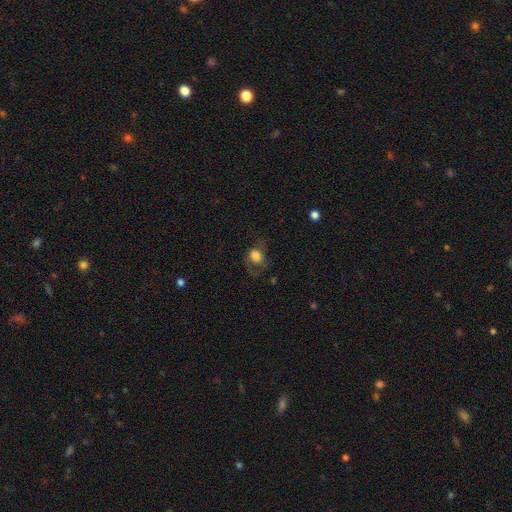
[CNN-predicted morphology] Smooth or featured? Predicted: smooth (p=0.65). How rounded? Predicted: round (p=0.61). Merging? Predicted: none (p=0.42).